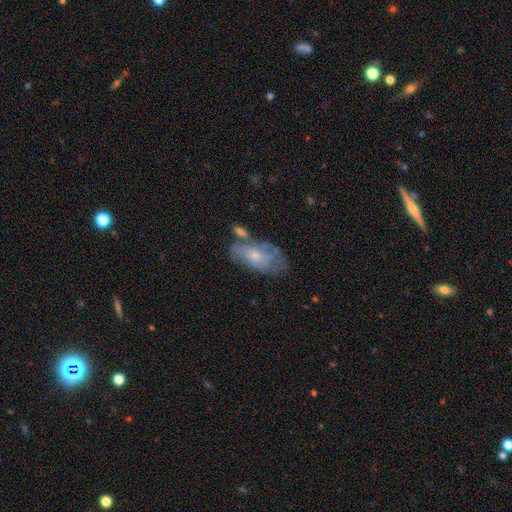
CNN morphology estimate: Q: Smooth or featured?
A: smooth (48%); runner-up: featured or disk (44%)
Q: Merging?
A: none (41%); runner-up: minor disturbance (27%)